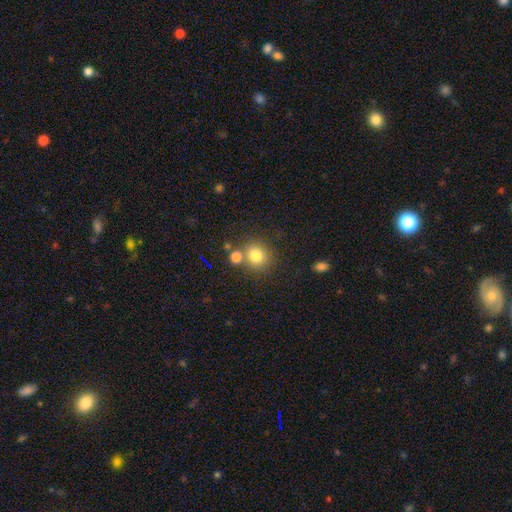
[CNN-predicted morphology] smooth 79%, star or artifact 13%, featured or disk 8%. Down the decision tree: how rounded — round (84%); merging — none (66%).